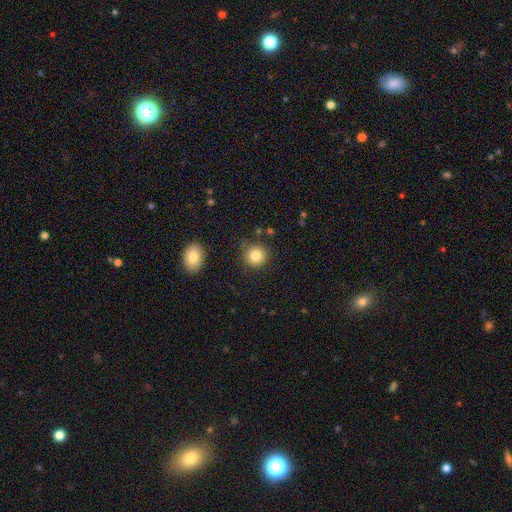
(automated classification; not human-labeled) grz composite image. It shows a smooth galaxy with no disk features (83%) that is round (92%). Merging: none (85%).